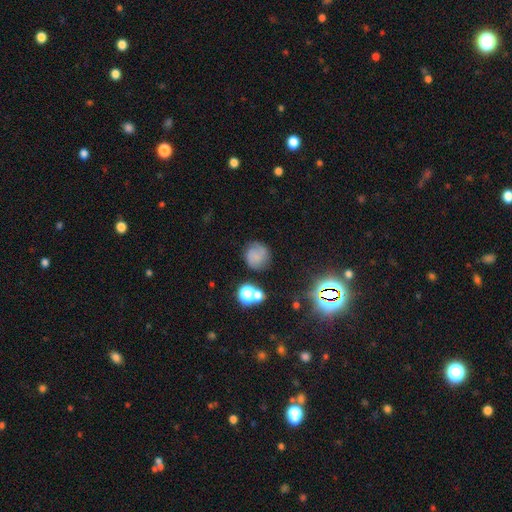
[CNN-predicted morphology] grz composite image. It shows a smooth galaxy with no disk features (58%) that is round (88%). Merging: none (69%).